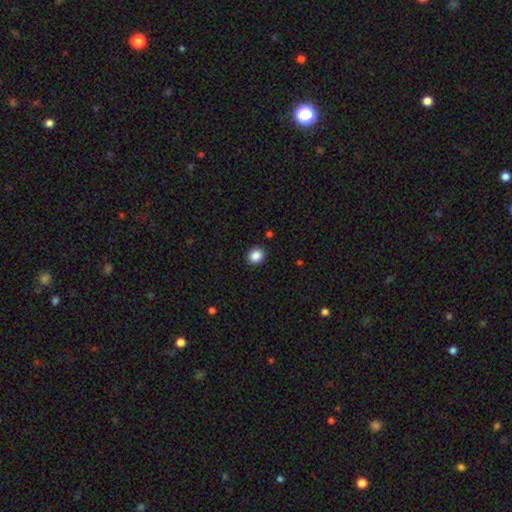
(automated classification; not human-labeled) A smooth galaxy with no disk features (87%) that is round (75%).

Vote fractions:
- Smooth or featured? smooth: 87% / star or artifact: 10% / featured or disk: 3%
- How rounded? round: 75% / in between: 24% / cigar-shaped: 1%
- Merging? none: 91% / minor disturbance: 6% / major disturbance: 2% / merger: 1%